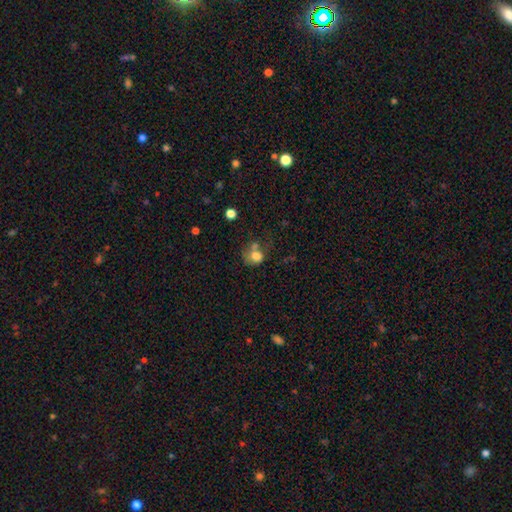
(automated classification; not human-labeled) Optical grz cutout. It shows a smooth galaxy with no disk features (75%) that is round (62%). Merging: merger (35%).